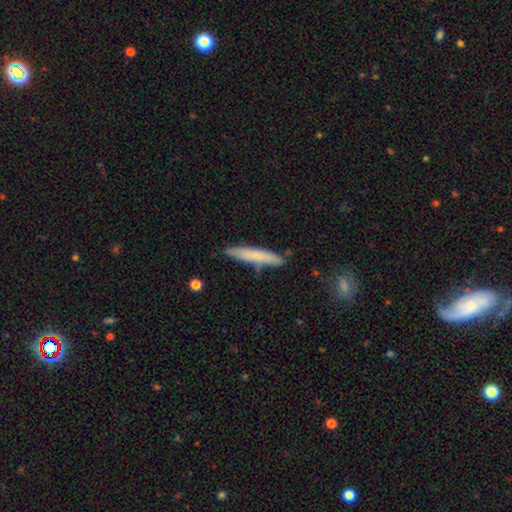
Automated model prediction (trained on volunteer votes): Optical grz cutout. It shows a smooth galaxy with no disk features (74%) that is cigar-shaped (93%). Merging: none (82%).